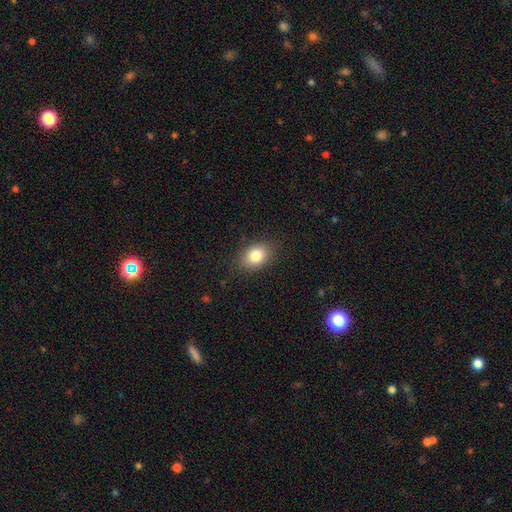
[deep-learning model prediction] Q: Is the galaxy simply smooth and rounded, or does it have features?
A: smooth — 82%.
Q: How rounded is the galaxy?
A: in between — 77%.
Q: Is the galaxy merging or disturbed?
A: none — 85%.